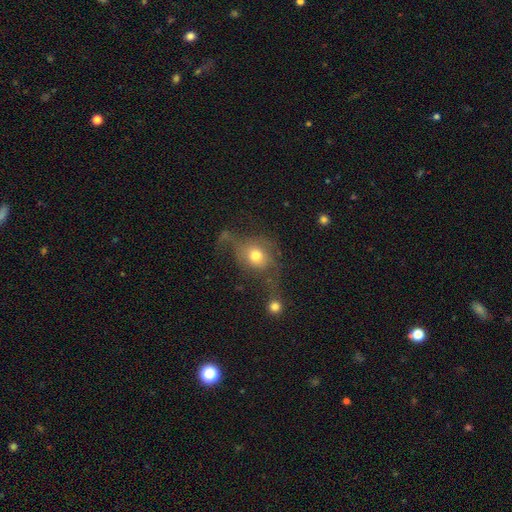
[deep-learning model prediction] Smooth or featured?
  - smooth: 64% *
  - featured or disk: 24%
  - star or artifact: 13%
How rounded?
  - round: 68% *
  - in between: 30%
  - cigar-shaped: 2%
Merging?
  - none: 33% *
  - major disturbance: 32%
  - minor disturbance: 19%
  - merger: 15%